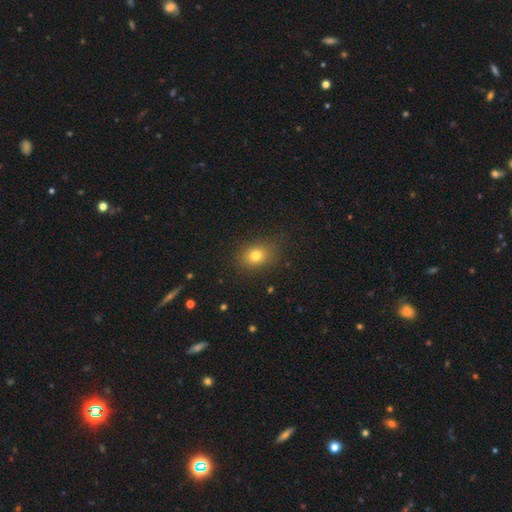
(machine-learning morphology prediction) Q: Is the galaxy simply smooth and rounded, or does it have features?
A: smooth — 77%.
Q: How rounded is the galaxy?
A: in between — 55%.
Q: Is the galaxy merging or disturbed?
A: none — 83%.